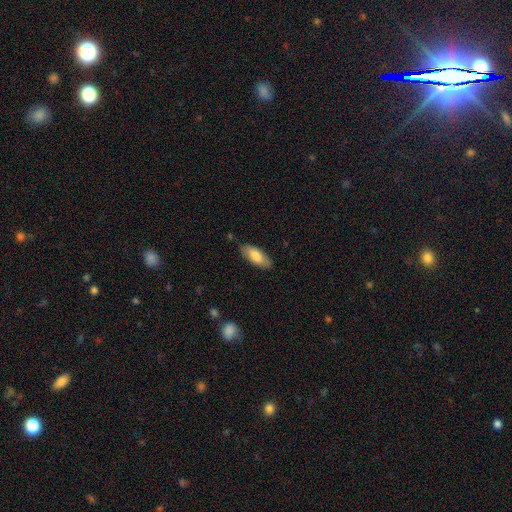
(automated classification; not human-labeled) This is likely a smooth galaxy (80%). How rounded: clearly in between (81%). Merging: clearly none (82%).